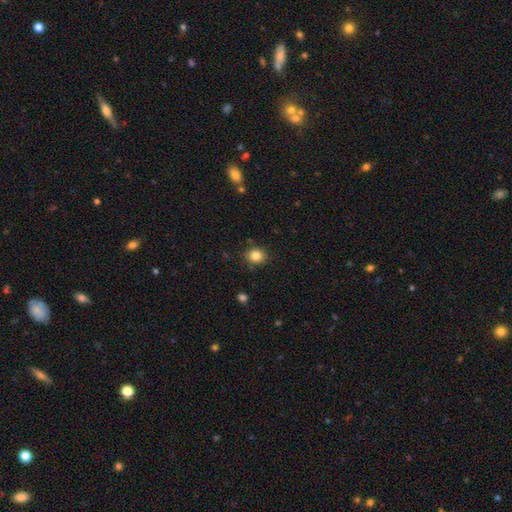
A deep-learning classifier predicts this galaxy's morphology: This appears to be a smooth galaxy with no disk features (84%) that is round (73%). Merging: none (84%).